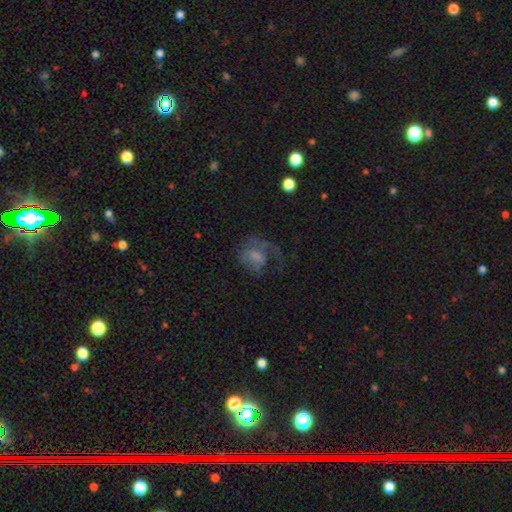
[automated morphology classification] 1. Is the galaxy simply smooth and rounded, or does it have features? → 47% featured or disk, 42% smooth, 11% star or artifact.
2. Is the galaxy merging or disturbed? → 50% major disturbance, 30% none, 18% minor disturbance, 3% merger.